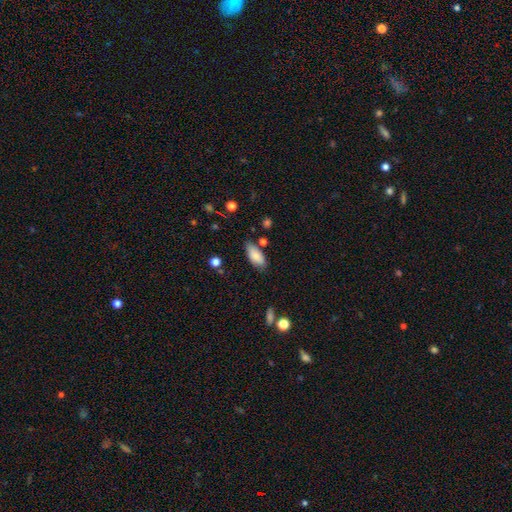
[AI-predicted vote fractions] smooth-or-featured: smooth: 82% | featured or disk: 11% | star or artifact: 7%
  how-rounded: in between: 87% | cigar-shaped: 10% | round: 2%
  merging: none: 75% | minor disturbance: 18% | merger: 4% | major disturbance: 3%